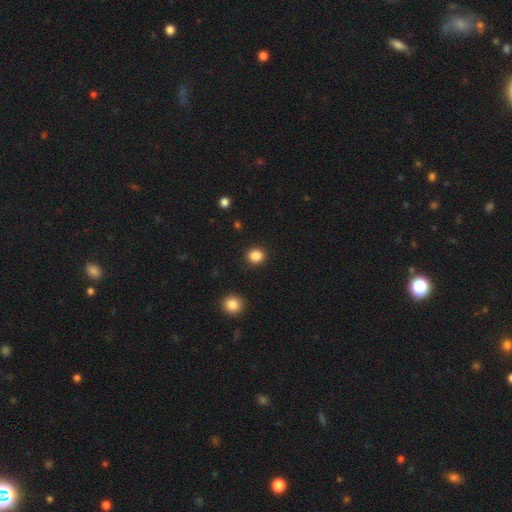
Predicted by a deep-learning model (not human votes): The model was most divided on "how rounded": round: 82%, in between: 17%, cigar-shaped: 1%. More confident: merging — none (91%); smooth or featured — smooth (86%).